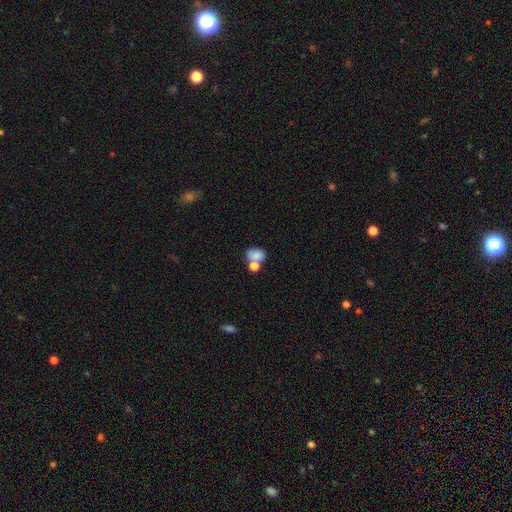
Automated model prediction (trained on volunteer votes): This is likely a smooth galaxy (75%). How rounded: possibly in between (59%). Merging: possibly merger (47%).